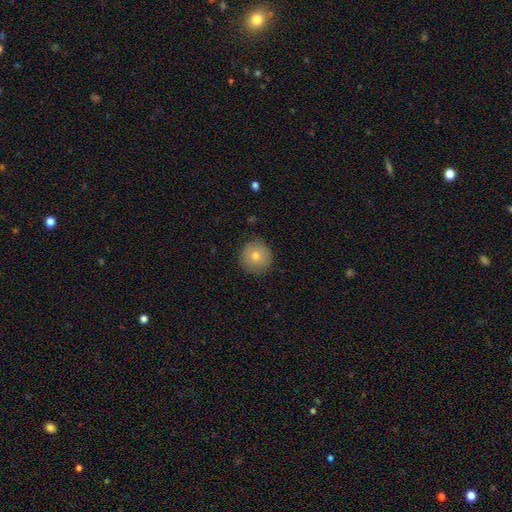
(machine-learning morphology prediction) The model was most divided on "smooth or featured": smooth: 72%, featured or disk: 18%, star or artifact: 10%. More confident: how rounded — round (95%); merging — none (87%).